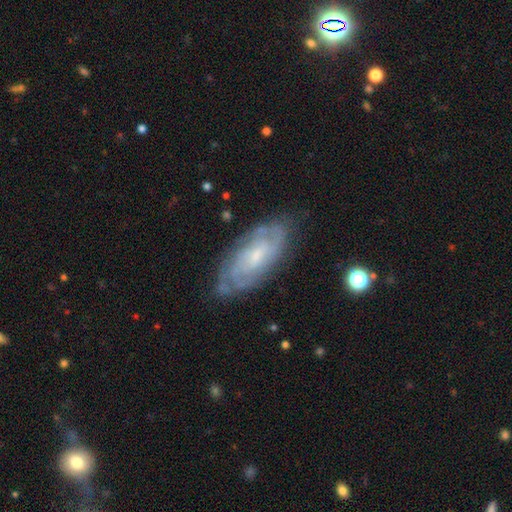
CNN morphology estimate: Smooth or featured?
  - featured or disk: 78% *
  - smooth: 15%
  - star or artifact: 6%
Edge-on disk?
  - no: 92% *
  - yes: 8%
Bar?
  - no: 59% *
  - weak: 35%
  - strong: 6%
Spiral arms?
  - yes: 93% *
  - no: 7%
Spiral winding?
  - tight: 66% *
  - medium: 28%
  - loose: 6%
Spiral arm count?
  - can't tell: 42% *
  - 2: 28%
  - 3: 14%
  - 4: 8%
  - more than 4: 4%
  - 1: 4%
Bulge size?
  - small: 65% *
  - moderate: 26%
  - none: 7%
  - large: 2%
  - dominant: 1%
Merging?
  - none: 76% *
  - minor disturbance: 17%
  - major disturbance: 5%
  - merger: 2%